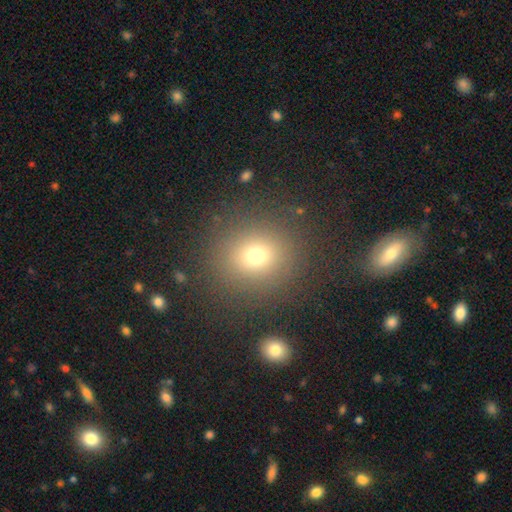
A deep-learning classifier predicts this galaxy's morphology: smooth_or_featured: smooth (p=0.72) [alt: star or artifact p=0.18]
how_rounded: round (p=0.84) [alt: in between p=0.15]
merging: none (p=0.85) [alt: minor disturbance p=0.08]